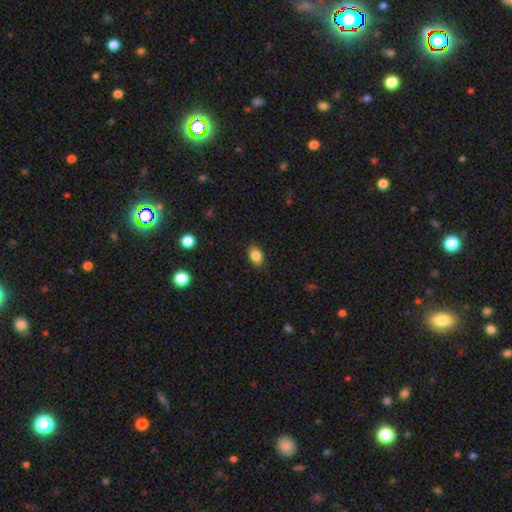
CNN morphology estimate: Smooth or featured: smooth — 84% (star or artifact — 9%)
How rounded: in between — 81% (round — 17%)
Merging: none — 86% (minor disturbance — 10%)